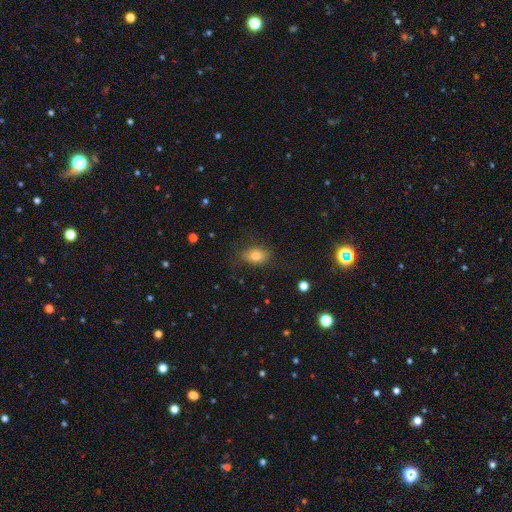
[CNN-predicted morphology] smooth 78%, star or artifact 12%, featured or disk 10%. Down the decision tree: how rounded — in between (73%); merging — none (71%).